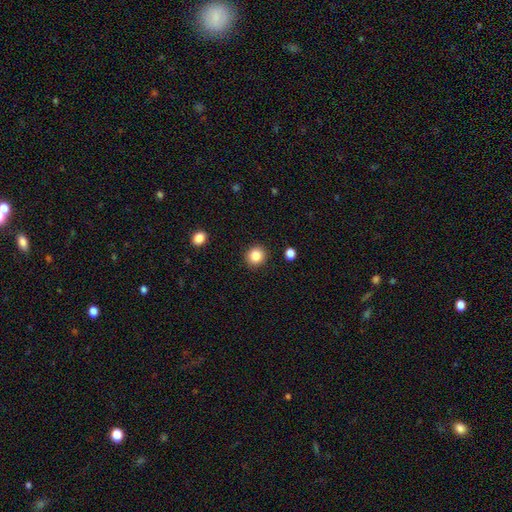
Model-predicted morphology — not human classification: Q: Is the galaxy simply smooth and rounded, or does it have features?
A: smooth — 85%.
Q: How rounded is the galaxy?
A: round — 89%.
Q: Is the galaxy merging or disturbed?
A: none — 91%.